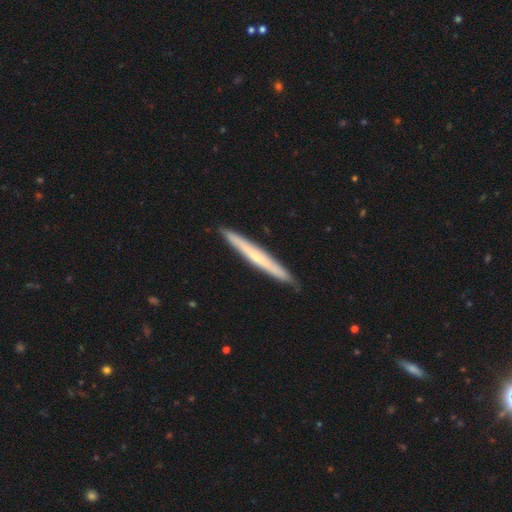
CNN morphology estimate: This is possibly a featured or disk galaxy (54%). It is clearly viewed edge-on (95%). Edge-on bulge: possibly none (59%). Merging: clearly none (91%).